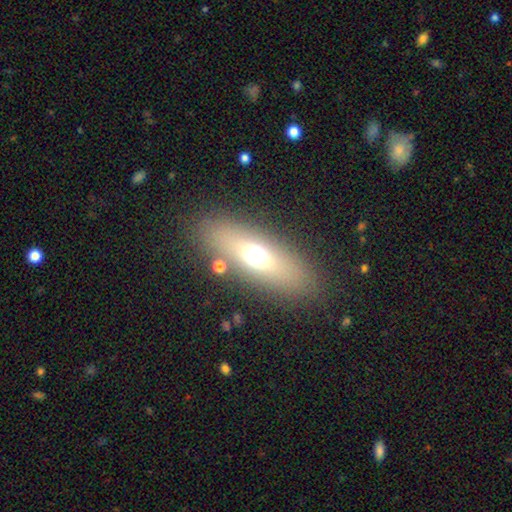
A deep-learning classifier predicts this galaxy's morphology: Overall: smooth (58%; featured or disk 29%). How rounded: in between (64%; cigar-shaped 29%). Merging: none (83%).